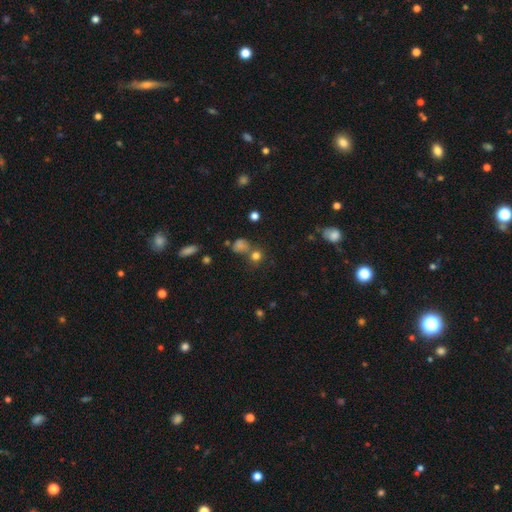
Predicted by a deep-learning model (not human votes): A smooth galaxy with no disk features (74%) that is round (86%).

Vote fractions:
- Smooth or featured? smooth: 74% / star or artifact: 19% / featured or disk: 7%
- How rounded? round: 86% / in between: 12% / cigar-shaped: 1%
- Merging? none: 63% / merger: 22% / minor disturbance: 10% / major disturbance: 5%